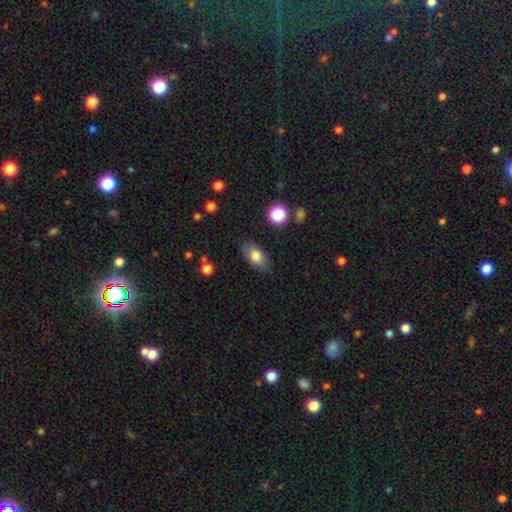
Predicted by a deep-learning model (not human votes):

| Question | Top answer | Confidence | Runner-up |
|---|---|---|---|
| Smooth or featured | smooth | 78% | featured or disk (14%) |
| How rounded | in between | 89% | round (7%) |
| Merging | none | 82% | minor disturbance (13%) |